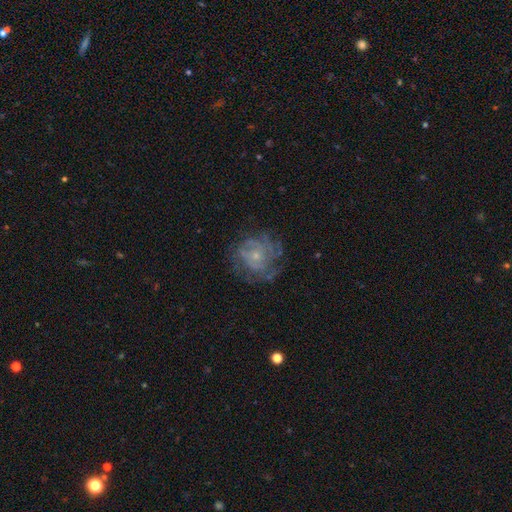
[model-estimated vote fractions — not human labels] Smooth or featured: featured or disk — 72% (smooth — 19%)
Edge-on disk: no — 98% (yes — 2%)
Bar: no — 81% (weak — 16%)
Spiral arms: yes — 77% (no — 23%)
Spiral winding: tight — 57% (medium — 31%)
Spiral arm count: can't tell — 50% (3 — 14%)
Bulge size: small — 74% (moderate — 20%)
Merging: none — 63% (minor disturbance — 19%)